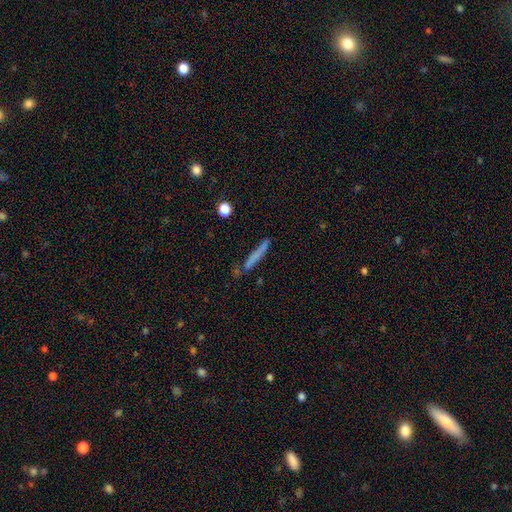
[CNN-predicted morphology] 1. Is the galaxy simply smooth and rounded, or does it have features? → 66% smooth, 25% featured or disk, 8% star or artifact.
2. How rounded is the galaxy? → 95% cigar-shaped, 4% in between, 2% round.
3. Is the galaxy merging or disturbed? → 76% none, 15% minor disturbance, 5% merger, 4% major disturbance.